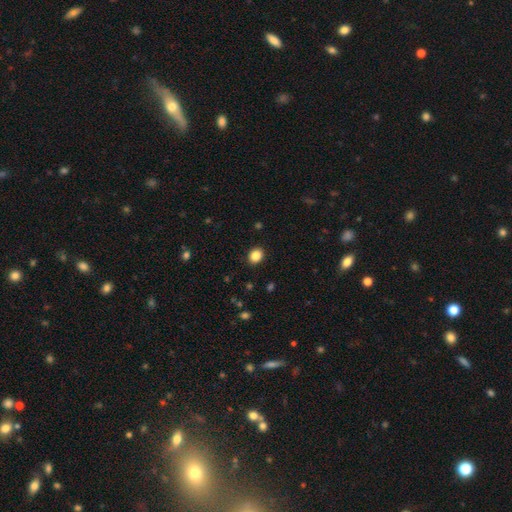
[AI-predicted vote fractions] Overall: smooth (86%). How rounded: round (62%; in between 38%). Merging: none (91%).